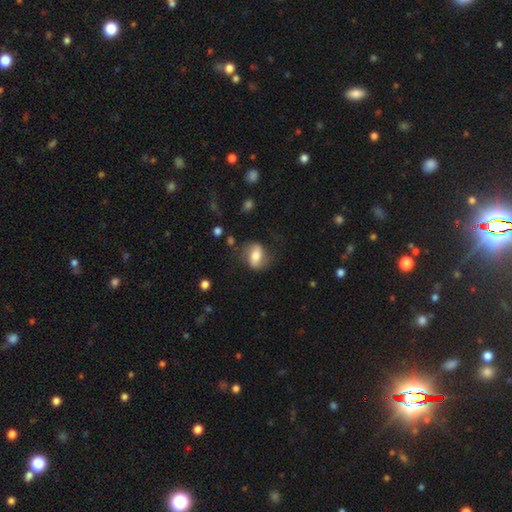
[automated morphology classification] This is possibly a smooth galaxy (49%). Merging: likely none (67%).